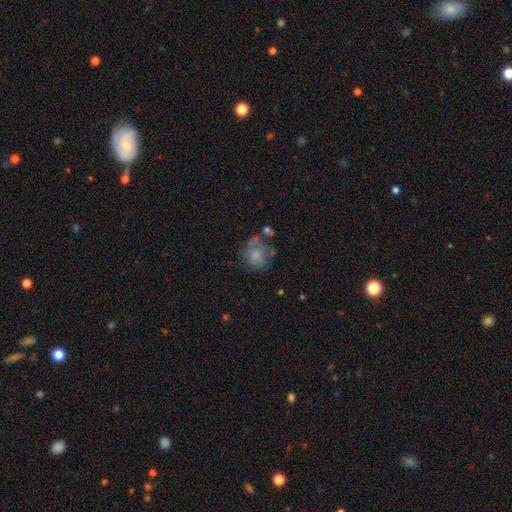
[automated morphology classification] Q: Smooth or featured?
A: smooth (58%); runner-up: featured or disk (32%)
Q: How rounded?
A: round (62%); runner-up: in between (37%)
Q: Merging?
A: none (41%); runner-up: minor disturbance (25%)